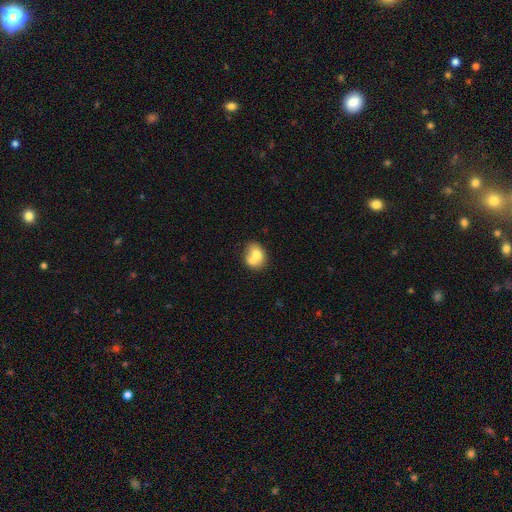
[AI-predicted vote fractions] A smooth galaxy with no disk features (67%) that is in between round and cigar-shaped (50%). Merging: merger (54%).